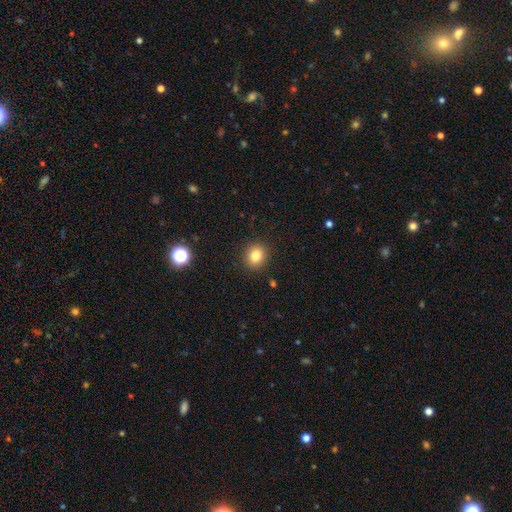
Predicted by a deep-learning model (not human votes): Q: Smooth or featured?
A: smooth (82%); runner-up: star or artifact (12%)
Q: How rounded?
A: round (73%); runner-up: in between (26%)
Q: Merging?
A: none (89%); runner-up: minor disturbance (7%)